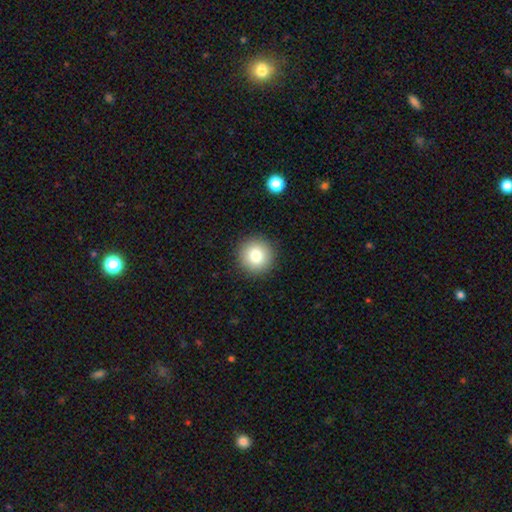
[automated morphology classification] type=smooth (81%); roundness=round (95%); merging=none (92%).